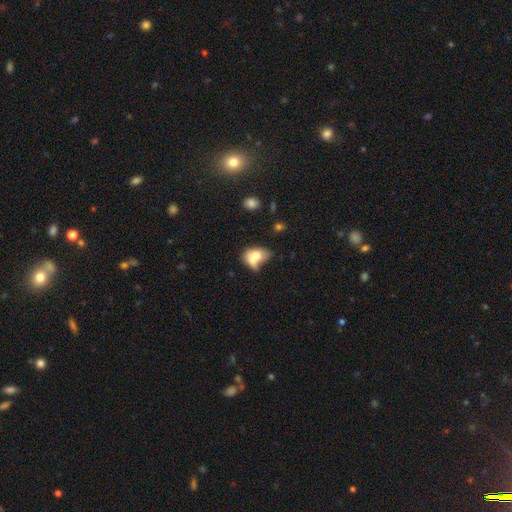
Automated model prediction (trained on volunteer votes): The model was most divided on "merging": merger: 52%, none: 20%, minor disturbance: 15%, major disturbance: 13%. More confident: how rounded — in between (74%); smooth or featured — smooth (68%).